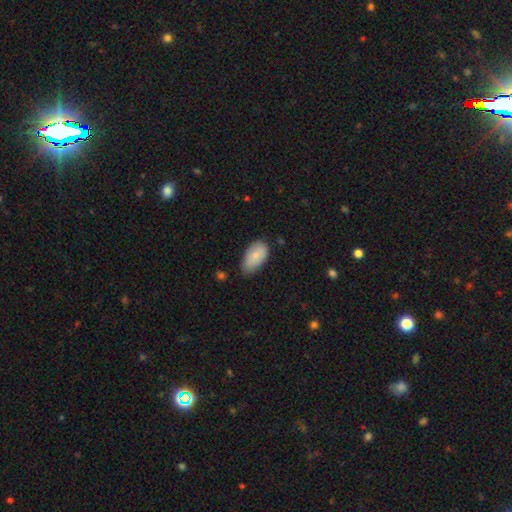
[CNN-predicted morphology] Overall: smooth (78%). How rounded: in between (94%). Merging: none (55%; minor disturbance 36%).